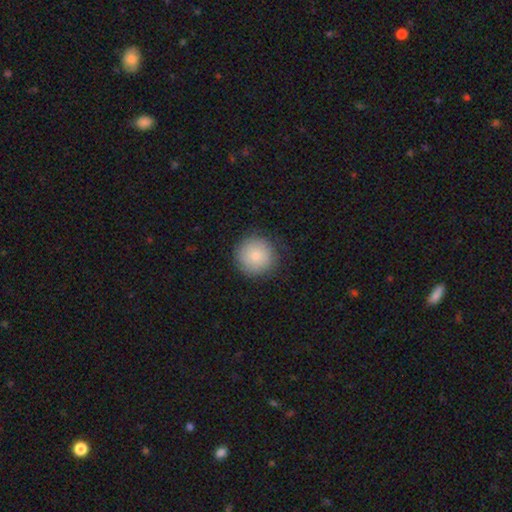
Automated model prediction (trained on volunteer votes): smooth_or_featured: smooth (p=0.82) [alt: featured or disk p=0.11]
how_rounded: round (p=0.95) [alt: in between p=0.04]
merging: none (p=0.84) [alt: minor disturbance p=0.11]